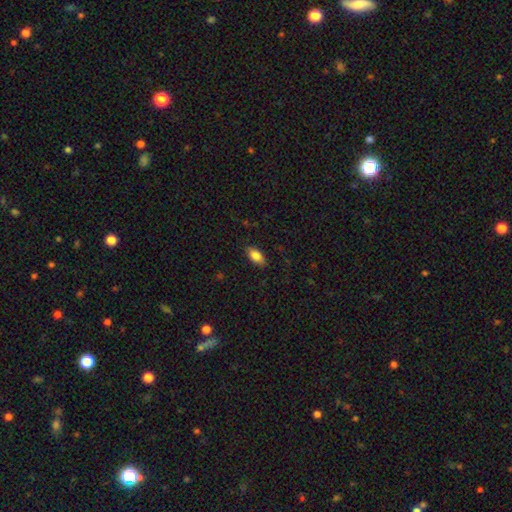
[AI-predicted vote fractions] Smooth or featured: smooth — 85% (featured or disk — 8%)
How rounded: in between — 91% (cigar-shaped — 6%)
Merging: none — 86% (minor disturbance — 11%)